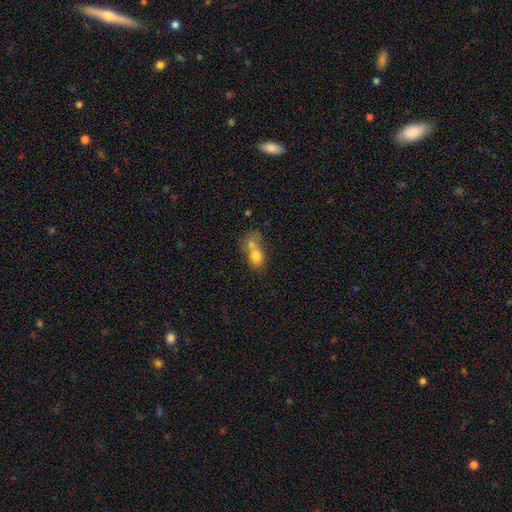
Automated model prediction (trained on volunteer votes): smooth-or-featured: smooth: 71% | featured or disk: 19% | star or artifact: 10%
  how-rounded: in between: 56% | round: 42% | cigar-shaped: 2%
  merging: merger: 68% | none: 19% | minor disturbance: 8% | major disturbance: 6%